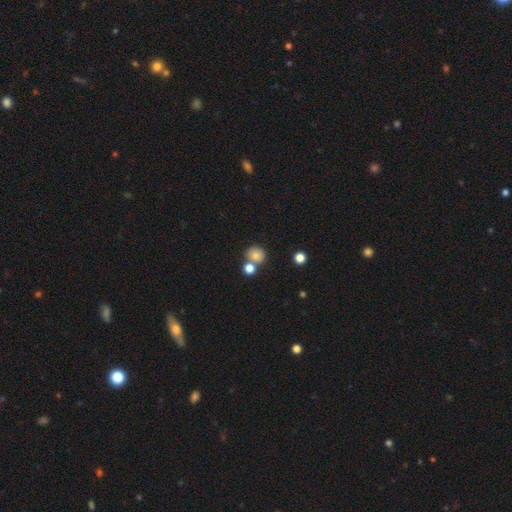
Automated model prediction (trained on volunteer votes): smooth-or-featured: smooth: 76% | star or artifact: 13% | featured or disk: 11%
  how-rounded: round: 85% | in between: 14% | cigar-shaped: 1%
  merging: none: 59% | merger: 28% | minor disturbance: 10% | major disturbance: 3%